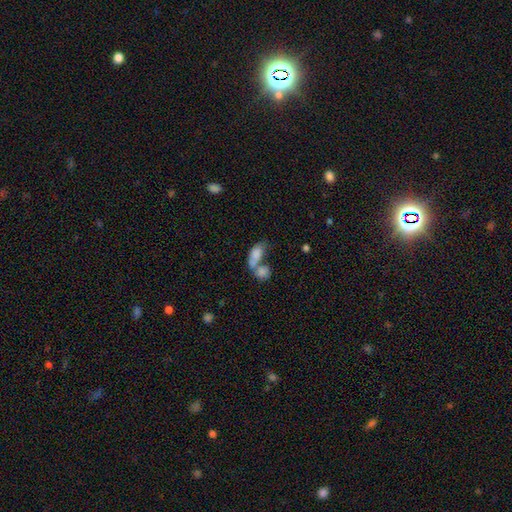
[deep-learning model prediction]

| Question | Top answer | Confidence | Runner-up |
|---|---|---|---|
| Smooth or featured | smooth | 77% | featured or disk (15%) |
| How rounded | in between | 86% | round (8%) |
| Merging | merger | 66% | none (17%) |